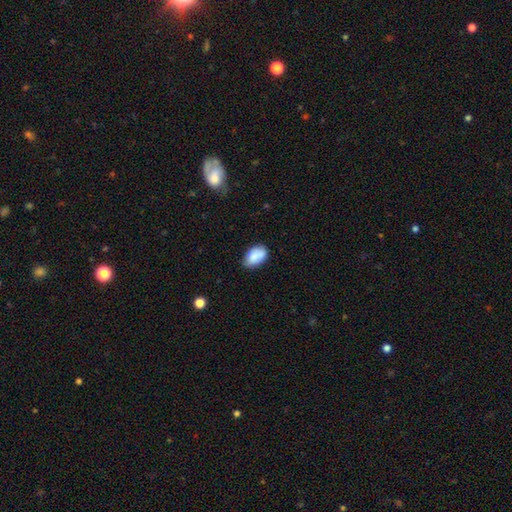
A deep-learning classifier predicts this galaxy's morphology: Smooth or featured? Predicted: smooth (p=0.83). How rounded? Predicted: in between (p=0.91). Merging? Predicted: none (p=0.66).